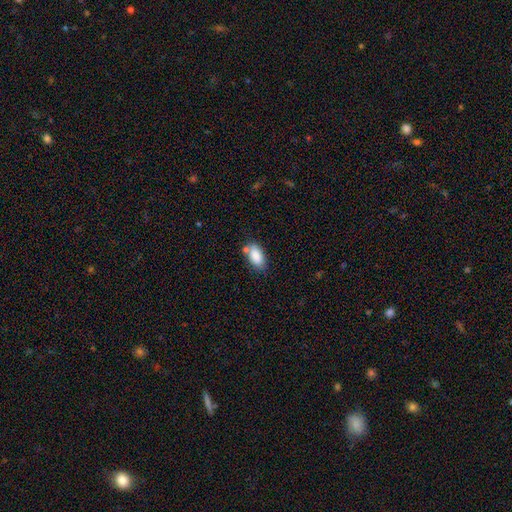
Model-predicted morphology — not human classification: type=smooth (86%); roundness=in between (91%); merging=none (65%).